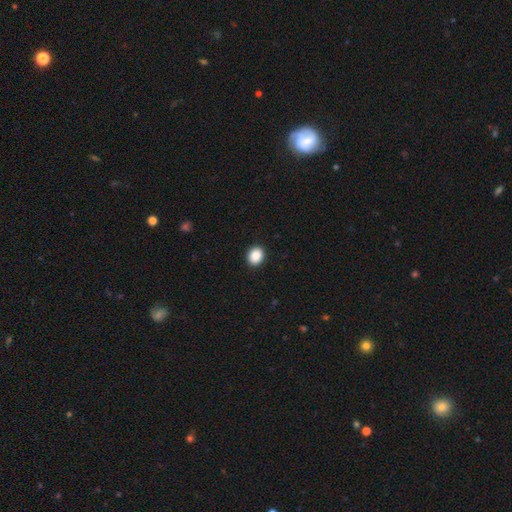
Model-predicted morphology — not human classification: The model was most divided on "how rounded": round: 57%, in between: 42%, cigar-shaped: 1%. More confident: merging — none (92%); smooth or featured — smooth (88%).